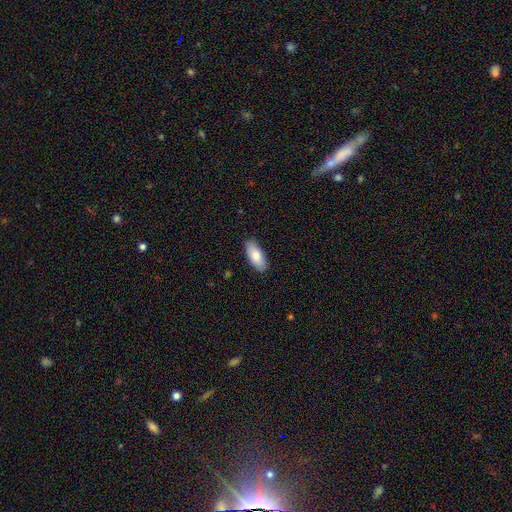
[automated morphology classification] Smooth or featured? smooth (80%)
How rounded? in between (88%)
Merging? none (88%)